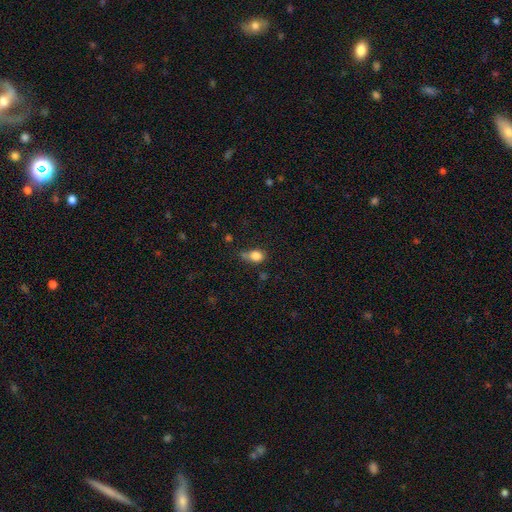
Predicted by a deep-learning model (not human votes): smooth-or-featured: smooth: 82% | star or artifact: 10% | featured or disk: 8%
  how-rounded: in between: 56% | round: 41% | cigar-shaped: 2%
  merging: none: 40% | minor disturbance: 36% | major disturbance: 16% | merger: 9%